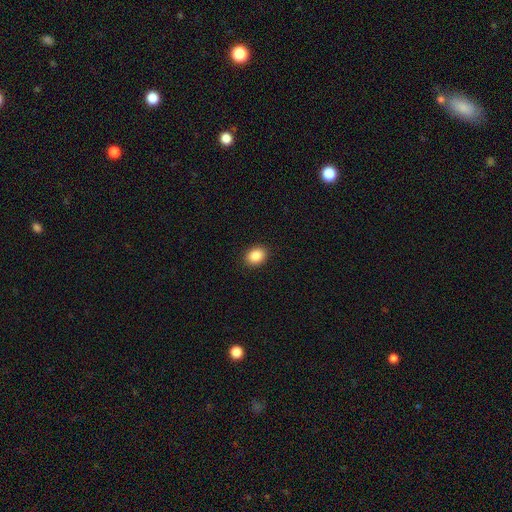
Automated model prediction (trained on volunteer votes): This appears to be a smooth galaxy with no disk features (86%) that is round (50%). Merging: none (91%).